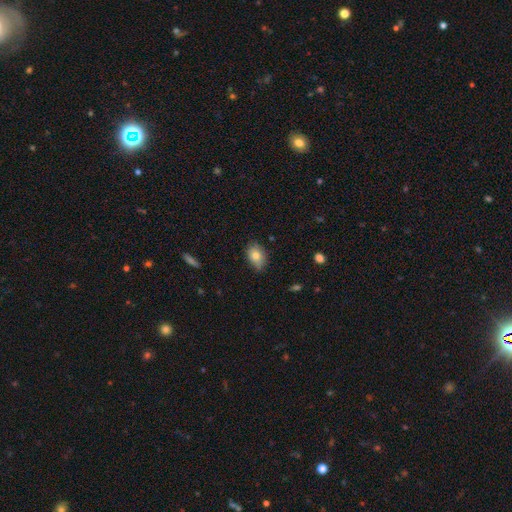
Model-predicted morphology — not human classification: The model was most divided on "merging": none: 72%, minor disturbance: 23%, major disturbance: 3%, merger: 1%. More confident: how rounded — in between (81%); smooth or featured — smooth (77%).